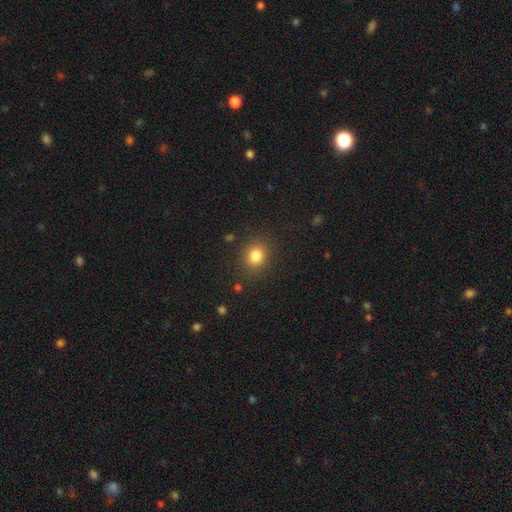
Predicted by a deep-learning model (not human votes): This is clearly a smooth galaxy (83%). How rounded: likely round (71%). Merging: clearly none (86%).